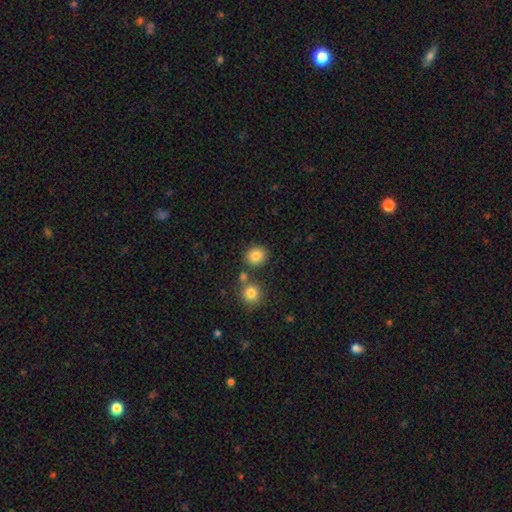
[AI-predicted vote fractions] Overall: smooth (84%). How rounded: round (80%). Merging: none (80%).